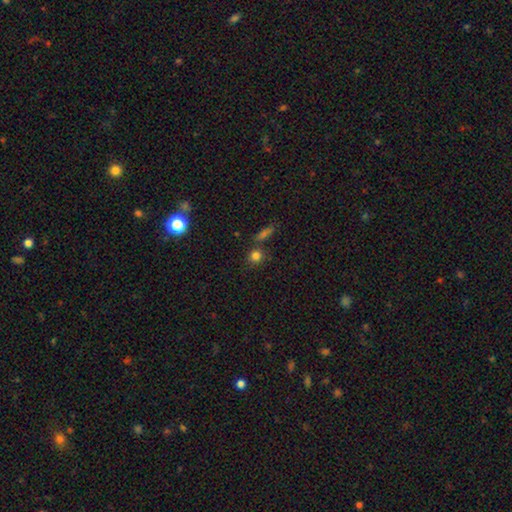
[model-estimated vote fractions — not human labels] A smooth galaxy with no disk features (79%) that is round (87%).

Vote fractions:
- Smooth or featured? smooth: 79% / star or artifact: 14% / featured or disk: 7%
- How rounded? round: 87% / in between: 11% / cigar-shaped: 2%
- Merging? none: 75% / merger: 12% / minor disturbance: 10% / major disturbance: 3%